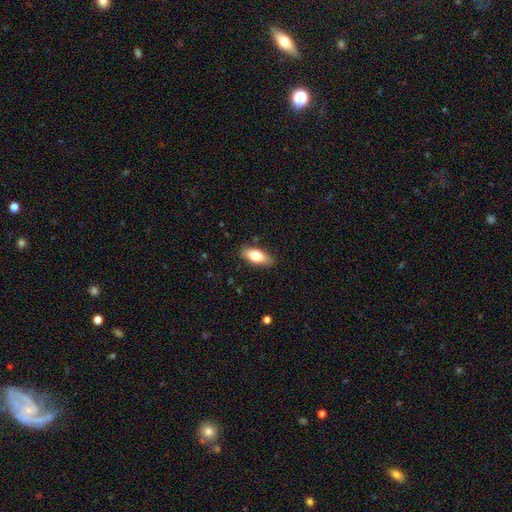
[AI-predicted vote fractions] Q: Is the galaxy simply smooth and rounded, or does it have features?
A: smooth — 76%.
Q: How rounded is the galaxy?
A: in between — 81%.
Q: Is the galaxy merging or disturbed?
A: none — 85%.